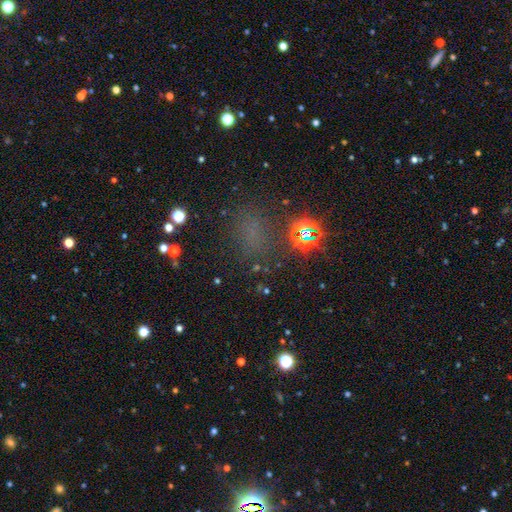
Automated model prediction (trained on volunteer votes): Smooth or featured?
  - star or artifact: 58% *
  - smooth: 31%
  - featured or disk: 11%